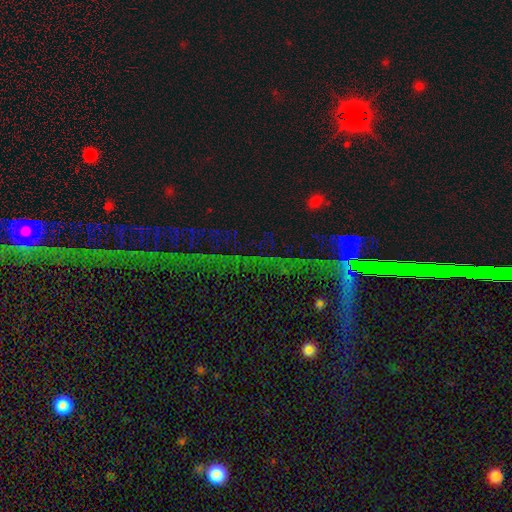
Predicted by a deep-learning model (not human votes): Smooth or featured: star or artifact — 76% (featured or disk — 12%)